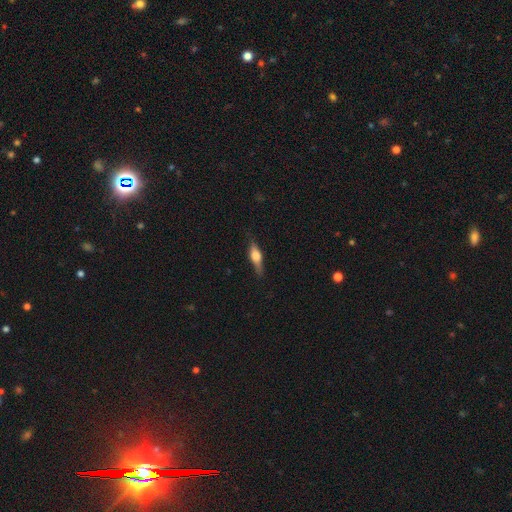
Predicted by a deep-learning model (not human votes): Smooth or featured?
  - featured or disk: 58% *
  - smooth: 35%
  - star or artifact: 7%
Edge-on disk?
  - yes: 95% *
  - no: 5%
Edge-on bulge?
  - rounded: 90% *
  - boxy: 8%
  - none: 2%
Merging?
  - none: 82% *
  - minor disturbance: 14%
  - major disturbance: 3%
  - merger: 1%